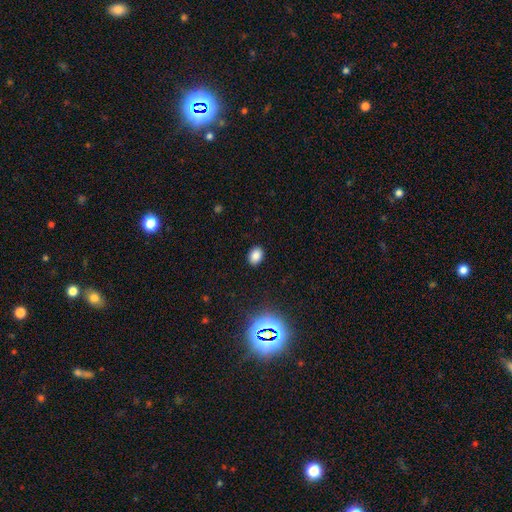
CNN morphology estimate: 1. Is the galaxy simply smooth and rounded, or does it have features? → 81% smooth, 14% star or artifact, 5% featured or disk.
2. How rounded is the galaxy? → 71% in between, 28% round, 1% cigar-shaped.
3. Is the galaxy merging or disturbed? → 89% none, 7% minor disturbance, 2% major disturbance, 1% merger.